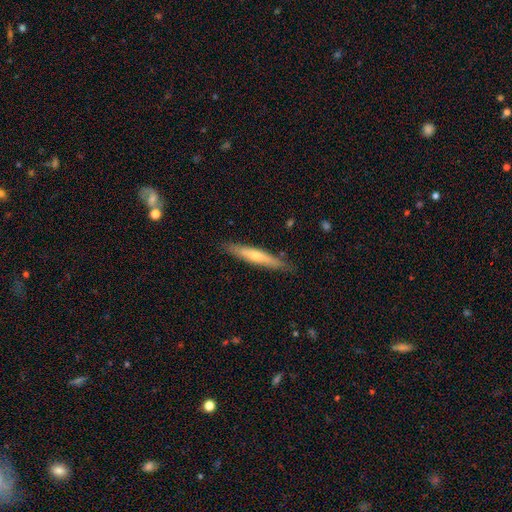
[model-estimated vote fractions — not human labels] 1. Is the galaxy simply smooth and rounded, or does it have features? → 50% smooth, 44% featured or disk, 6% star or artifact.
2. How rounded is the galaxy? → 91% cigar-shaped, 7% in between, 1% round.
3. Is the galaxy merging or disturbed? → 85% none, 11% minor disturbance, 2% major disturbance, 1% merger.